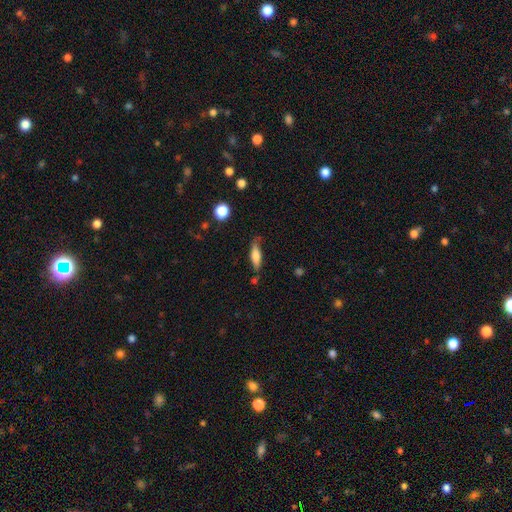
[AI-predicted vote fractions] Q: Smooth or featured?
A: smooth (67%); runner-up: featured or disk (26%)
Q: How rounded?
A: cigar-shaped (57%); runner-up: in between (41%)
Q: Merging?
A: none (69%); runner-up: minor disturbance (22%)